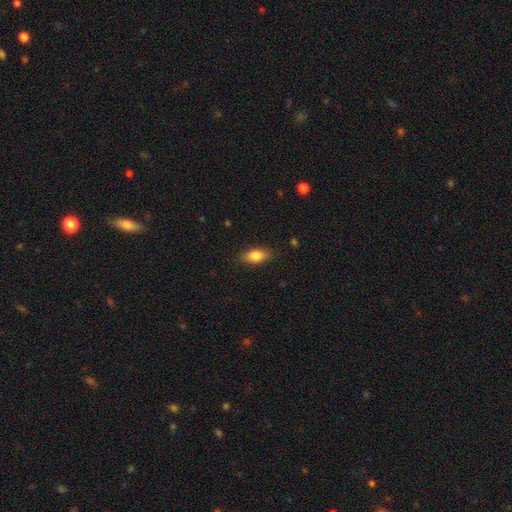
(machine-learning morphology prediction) smooth_or_featured: smooth (p=0.82) [alt: featured or disk p=0.10]
how_rounded: in between (p=0.85) [alt: cigar-shaped p=0.09]
merging: none (p=0.85) [alt: minor disturbance p=0.11]